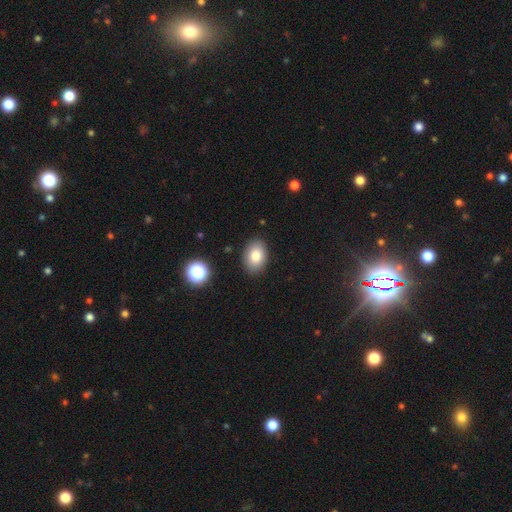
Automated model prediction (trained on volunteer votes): smooth 82%, star or artifact 9%, featured or disk 9%. Down the decision tree: how rounded — in between (82%); merging — none (87%).